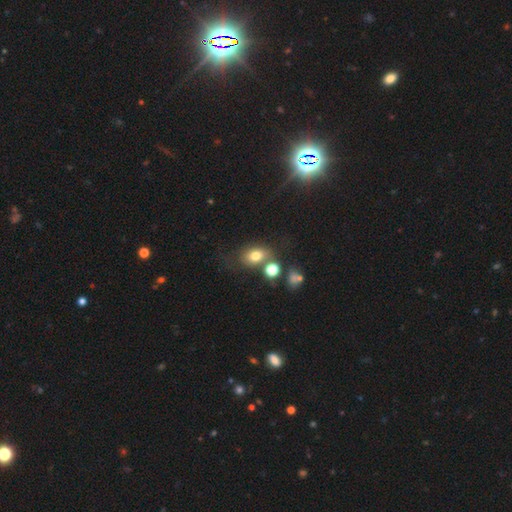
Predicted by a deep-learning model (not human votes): Smooth or featured?
  - smooth: 76% *
  - star or artifact: 13%
  - featured or disk: 11%
How rounded?
  - in between: 65% *
  - round: 33%
  - cigar-shaped: 1%
Merging?
  - none: 56% *
  - merger: 20%
  - minor disturbance: 16%
  - major disturbance: 8%